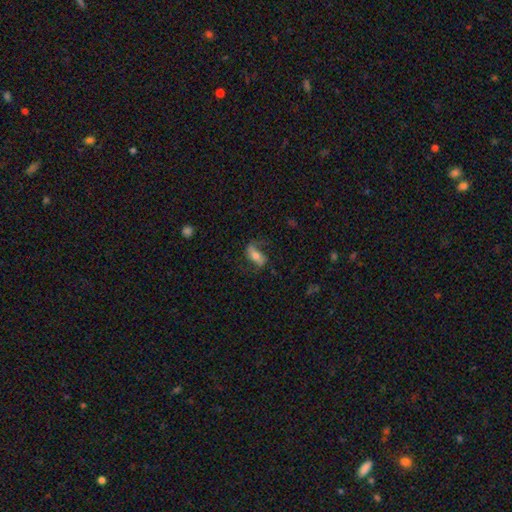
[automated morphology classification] This is possibly a featured or disk galaxy (50%). Merging: likely none (65%).